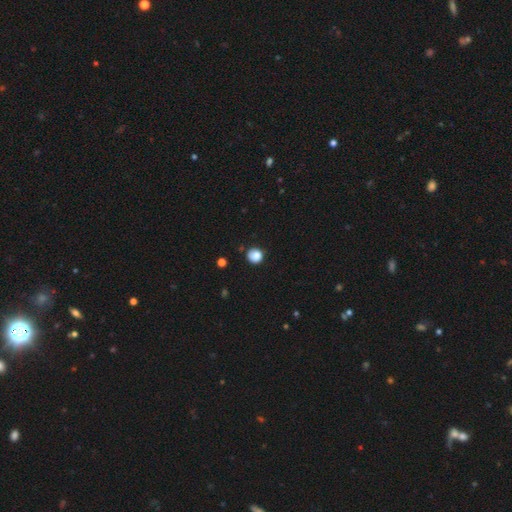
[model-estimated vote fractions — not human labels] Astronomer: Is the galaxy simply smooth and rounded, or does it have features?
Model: smooth — 84%.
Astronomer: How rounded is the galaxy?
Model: round — 88%.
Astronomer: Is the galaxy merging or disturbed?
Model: none — 75%.